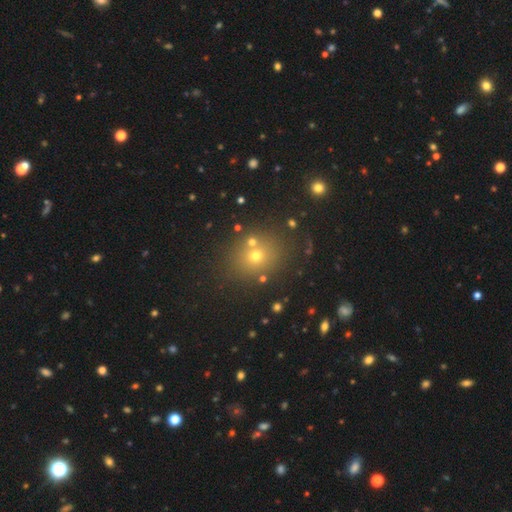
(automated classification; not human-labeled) A smooth galaxy with no disk features (62%) that is round (72%).

Vote fractions:
- Smooth or featured? smooth: 62% / star or artifact: 25% / featured or disk: 13%
- How rounded? round: 72% / in between: 27% / cigar-shaped: 1%
- Merging? none: 76% / merger: 12% / minor disturbance: 9% / major disturbance: 4%